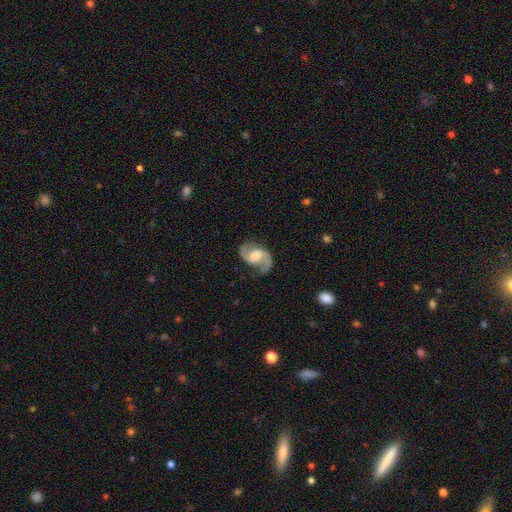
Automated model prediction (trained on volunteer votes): This is clearly a featured or disk galaxy (88%). It is clearly not viewed edge-on (98%). Bar: possibly weak (48%). Spiral arm pattern: clearly yes (97%). Spiral arm count: clearly 2 (92%). Spiral winding: possibly medium (52%). Central bulge: marginally moderate (42%). Merging: likely none (75%).